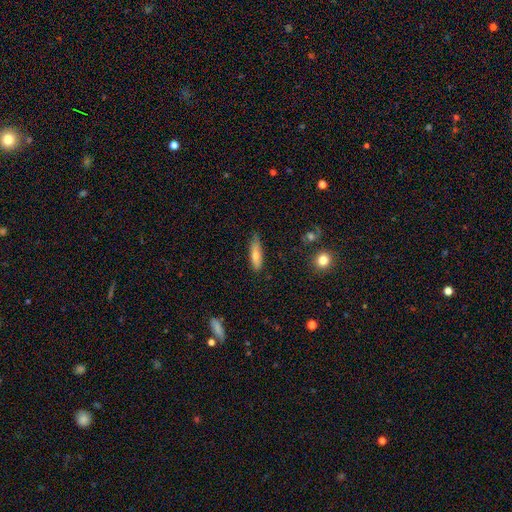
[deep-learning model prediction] Overall: smooth (66%; featured or disk 27%). How rounded: cigar-shaped (66%; in between 31%). Merging: none (75%).